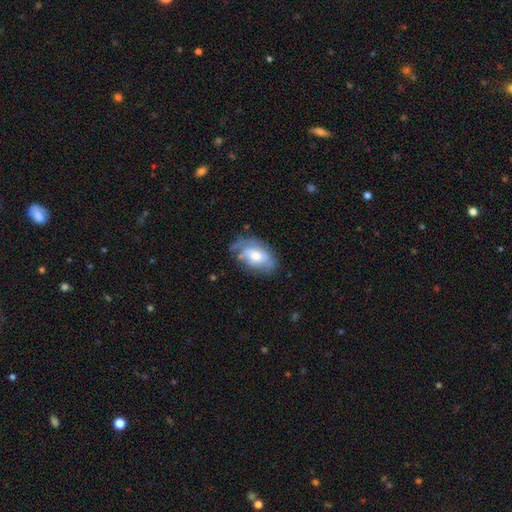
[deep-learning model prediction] This is possibly a featured or disk galaxy (53%). It is clearly not viewed edge-on (92%). Merging: possibly none (56%).